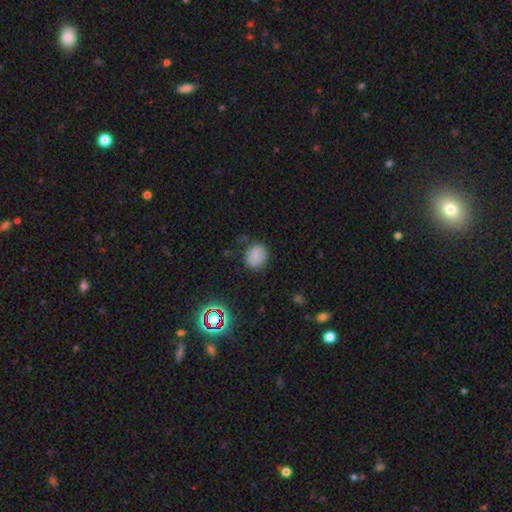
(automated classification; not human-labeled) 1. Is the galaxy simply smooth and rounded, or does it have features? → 78% smooth, 14% star or artifact, 7% featured or disk.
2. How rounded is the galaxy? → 71% round, 28% in between, 1% cigar-shaped.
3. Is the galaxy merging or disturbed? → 79% none, 15% minor disturbance, 4% major disturbance, 2% merger.